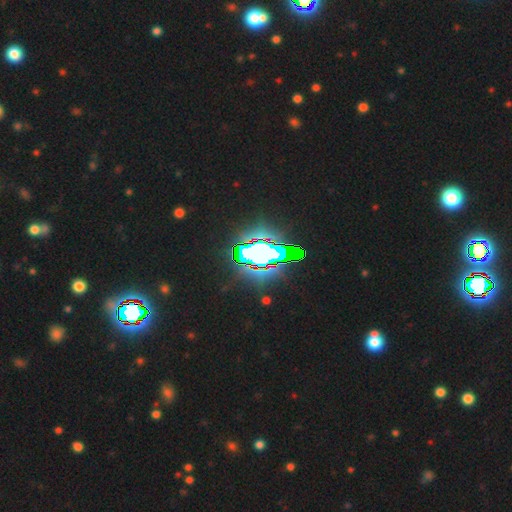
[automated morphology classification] Smooth or featured? Predicted: star or artifact (p=0.71).